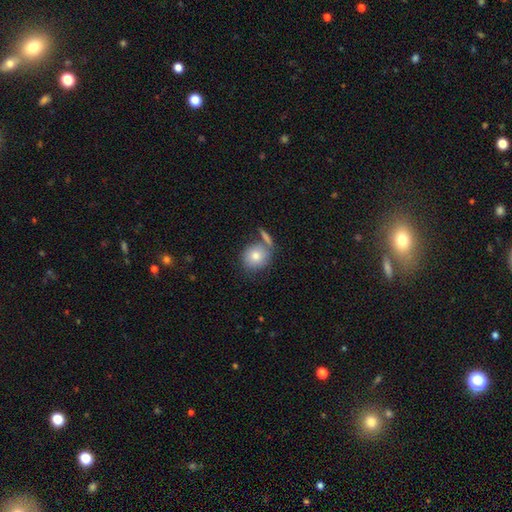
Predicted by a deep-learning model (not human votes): smooth_or_featured: smooth (p=0.78) [alt: featured or disk p=0.14]
how_rounded: round (p=0.81) [alt: in between p=0.18]
merging: none (p=0.60) [alt: merger p=0.22]